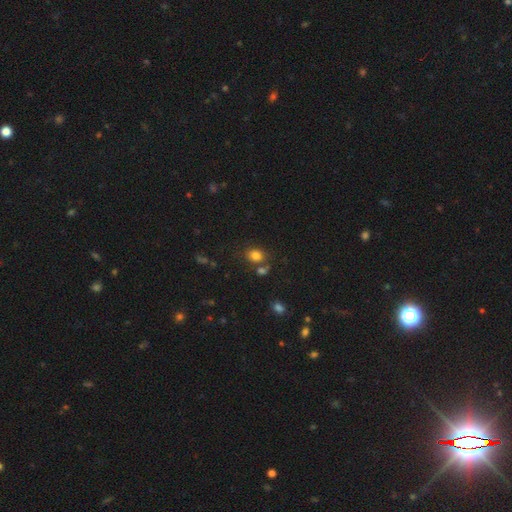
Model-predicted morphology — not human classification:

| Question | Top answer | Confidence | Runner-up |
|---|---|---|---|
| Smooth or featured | smooth | 80% | star or artifact (13%) |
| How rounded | in between | 50% | round (49%) |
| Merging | none | 66% | merger (18%) |